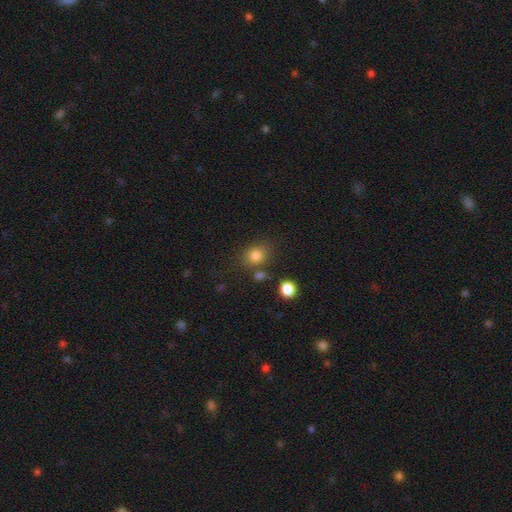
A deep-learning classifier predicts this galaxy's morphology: type=smooth (82%); roundness=round (61%); merging=none (73%).